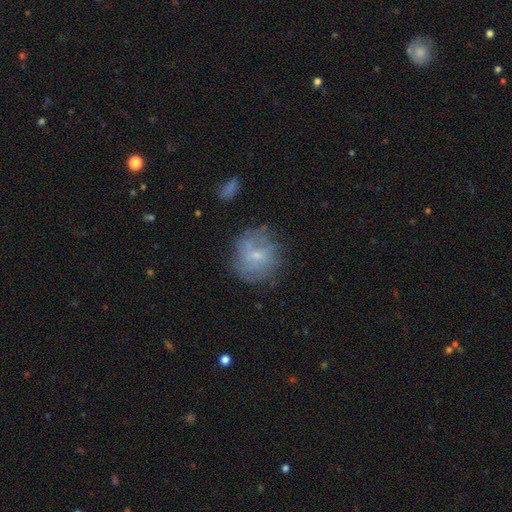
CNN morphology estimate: Smooth or featured: smooth — 46% (featured or disk — 44%)
Merging: none — 64% (minor disturbance — 20%)